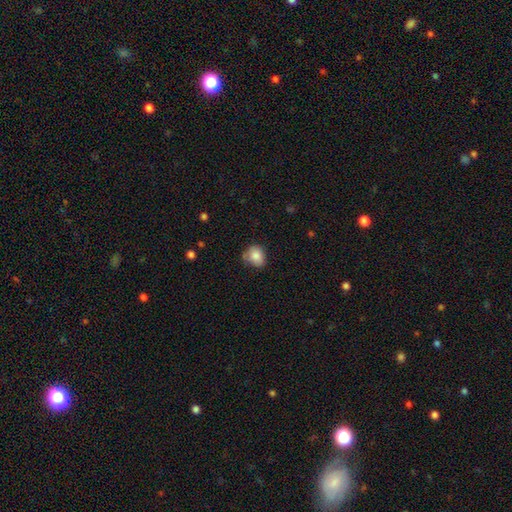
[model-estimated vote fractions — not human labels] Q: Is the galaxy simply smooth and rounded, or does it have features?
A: smooth — 84%.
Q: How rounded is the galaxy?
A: round — 63%.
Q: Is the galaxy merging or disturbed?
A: none — 62%.